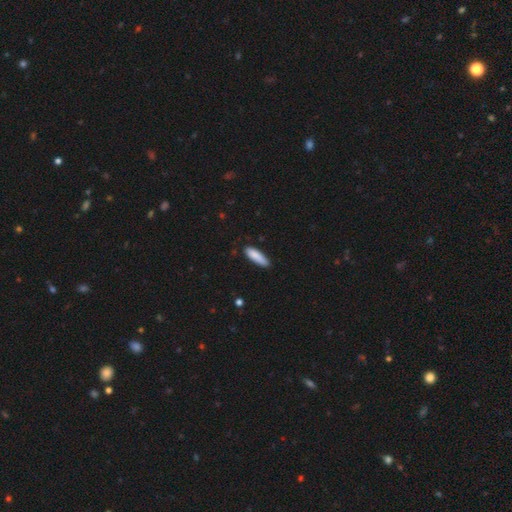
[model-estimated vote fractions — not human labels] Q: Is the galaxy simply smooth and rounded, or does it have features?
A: smooth — 87%.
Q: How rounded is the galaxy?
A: cigar-shaped — 61%.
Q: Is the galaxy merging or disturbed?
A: none — 78%.